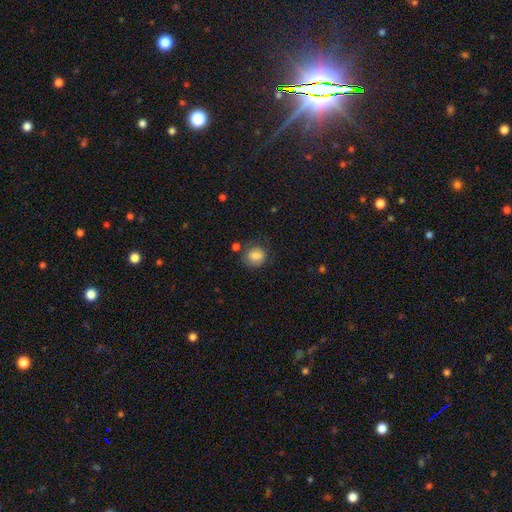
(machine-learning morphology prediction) A smooth galaxy with no disk features (84%) that is round (75%). Merging: none (68%).